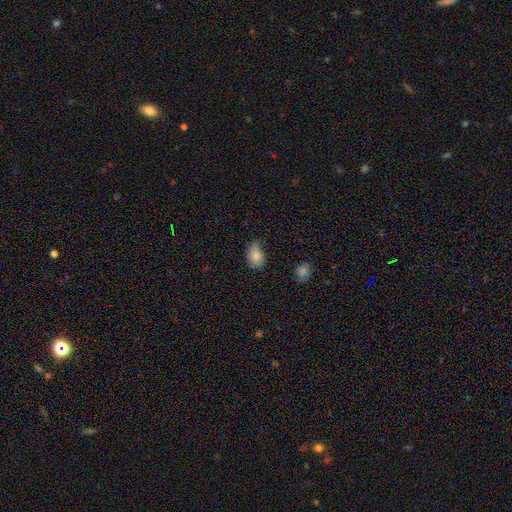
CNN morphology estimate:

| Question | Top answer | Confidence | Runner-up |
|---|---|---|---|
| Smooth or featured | smooth | 79% | featured or disk (12%) |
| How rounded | in between | 74% | round (25%) |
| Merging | none | 47% | minor disturbance (40%) |